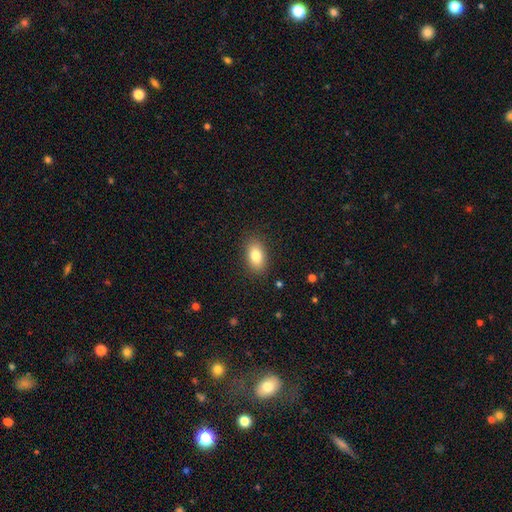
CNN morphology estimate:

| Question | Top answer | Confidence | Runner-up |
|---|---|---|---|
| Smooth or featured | smooth | 82% | featured or disk (10%) |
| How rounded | in between | 89% | round (8%) |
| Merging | none | 87% | minor disturbance (9%) |